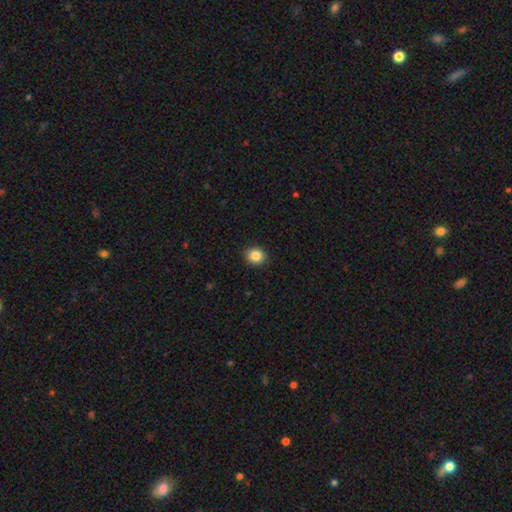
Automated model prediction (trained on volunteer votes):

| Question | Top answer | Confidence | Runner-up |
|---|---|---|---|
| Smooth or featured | smooth | 86% | star or artifact (10%) |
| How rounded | round | 80% | in between (19%) |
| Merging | none | 92% | minor disturbance (6%) |